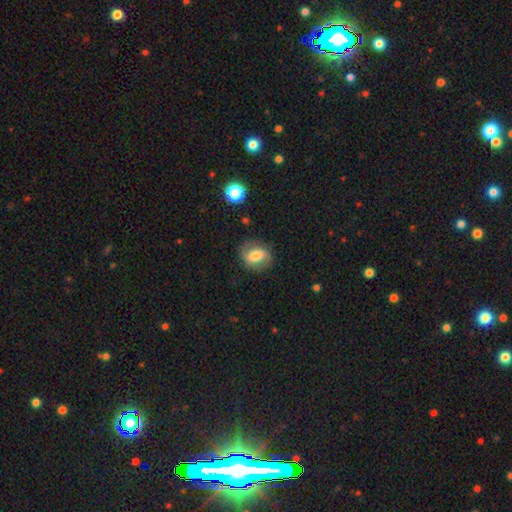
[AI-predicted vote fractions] A smooth galaxy with no disk features (57%) that is in between round and cigar-shaped (56%). Merging: none (77%).